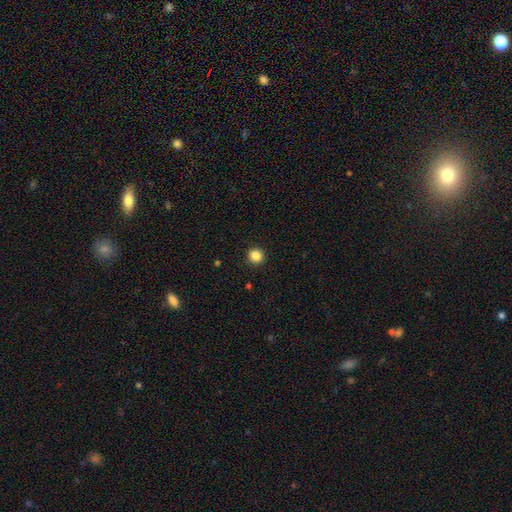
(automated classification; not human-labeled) smooth-or-featured: smooth: 85% | star or artifact: 11% | featured or disk: 4%
  how-rounded: round: 93% | in between: 6% | cigar-shaped: 1%
  merging: none: 93% | minor disturbance: 5% | major disturbance: 2% | merger: 1%